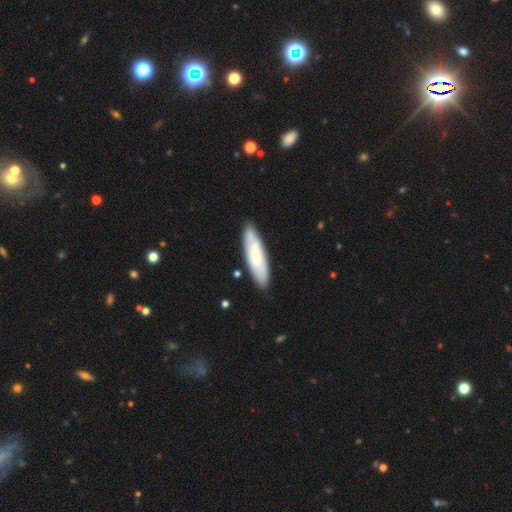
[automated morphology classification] A smooth galaxy with no disk features (67%) that is cigar-shaped (68%). Merging: none (84%).